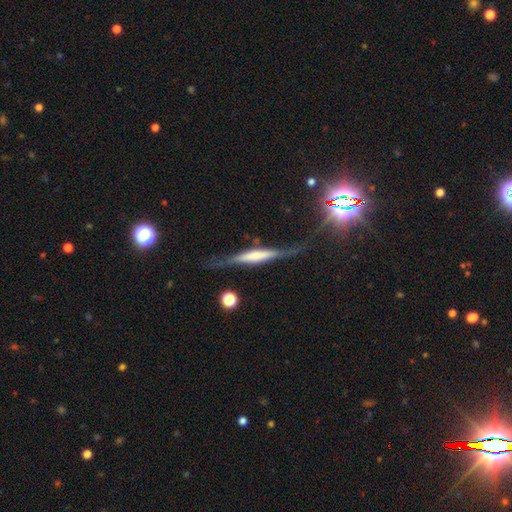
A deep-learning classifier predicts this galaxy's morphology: type=featured or disk (63%); edge-on=yes (91%); edge-on bulge=boxy (43%); merging=none (63%).